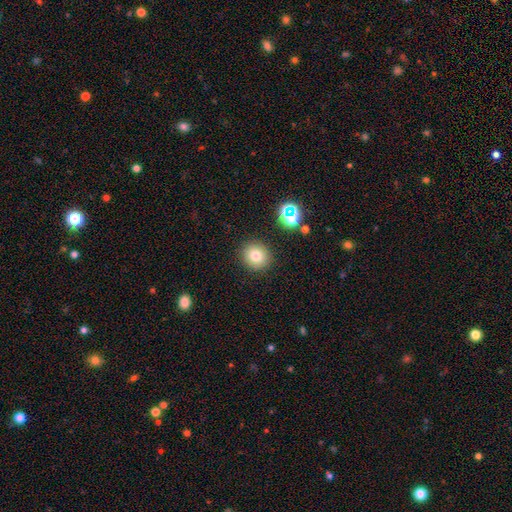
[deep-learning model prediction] Morphology: type=smooth (77%); roundness=round (87%); merging=none (88%).